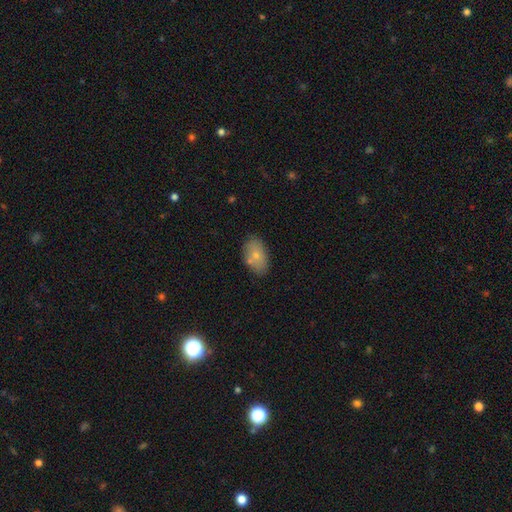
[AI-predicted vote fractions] Q: Smooth or featured?
A: smooth (73%); runner-up: featured or disk (19%)
Q: How rounded?
A: in between (91%); runner-up: round (7%)
Q: Merging?
A: none (73%); runner-up: minor disturbance (15%)